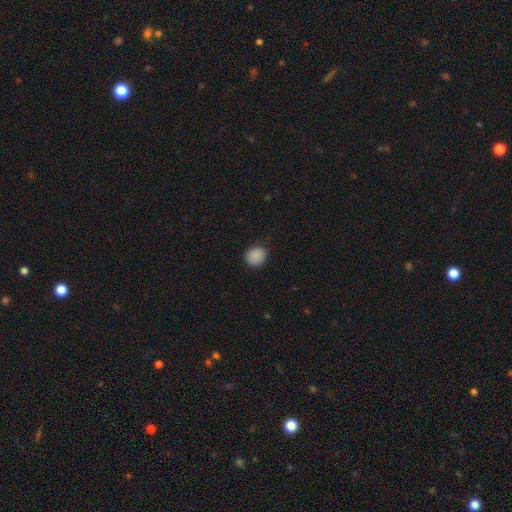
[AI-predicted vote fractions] The model was most divided on "how rounded": round: 79%, in between: 20%, cigar-shaped: 1%. More confident: smooth or featured — smooth (89%); merging — none (86%).